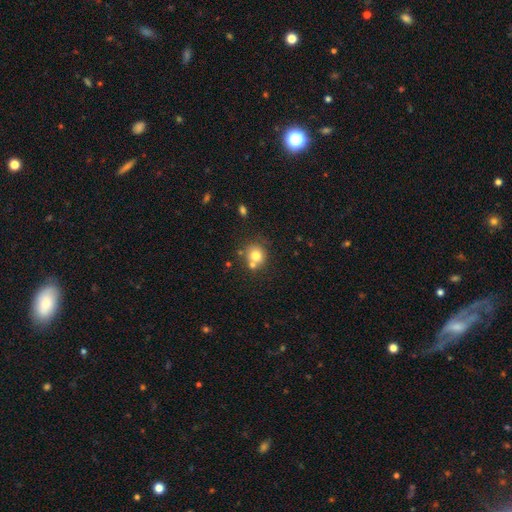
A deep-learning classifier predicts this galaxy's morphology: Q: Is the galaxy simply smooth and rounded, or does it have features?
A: smooth — 75%.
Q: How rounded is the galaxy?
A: round — 84%.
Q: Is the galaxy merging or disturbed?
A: none — 56%.